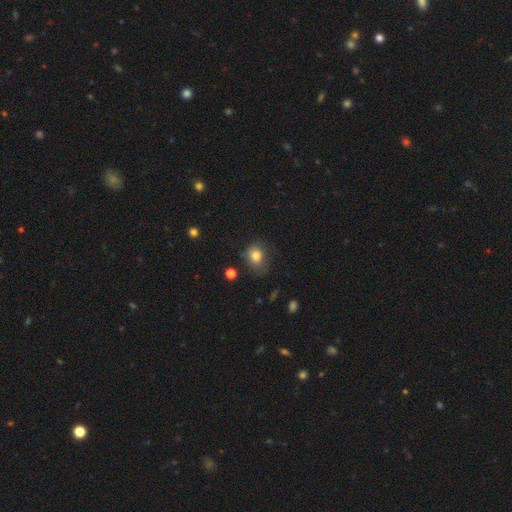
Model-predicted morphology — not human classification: Overall: smooth (80%). How rounded: round (59%; in between 40%). Merging: none (60%; minor disturbance 27%).